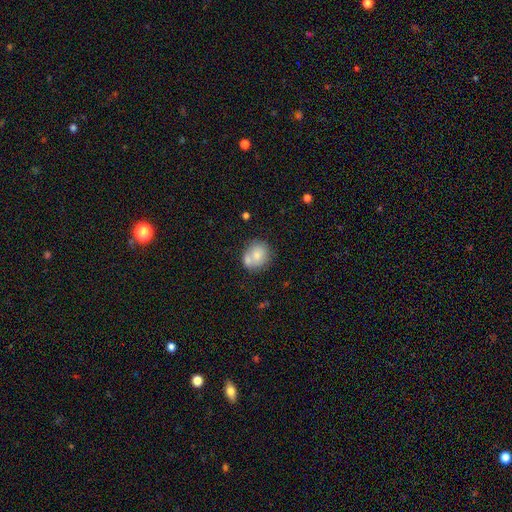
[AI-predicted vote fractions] Overall: smooth (73%). How rounded: round (75%). Merging: none (49%; merger 32%).